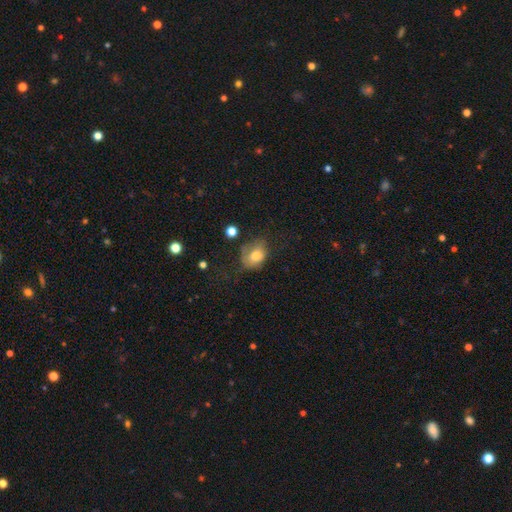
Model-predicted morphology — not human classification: smooth 72%, featured or disk 18%, star or artifact 10%. Down the decision tree: how rounded — in between (56%); merging — none (41%).